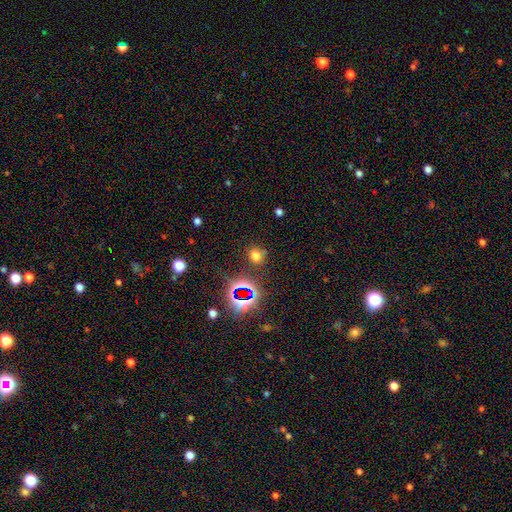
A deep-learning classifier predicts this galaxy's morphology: smooth_or_featured: smooth (p=0.61) [alt: star or artifact p=0.32]
how_rounded: round (p=0.67) [alt: in between p=0.32]
merging: none (p=0.78) [alt: minor disturbance p=0.12]